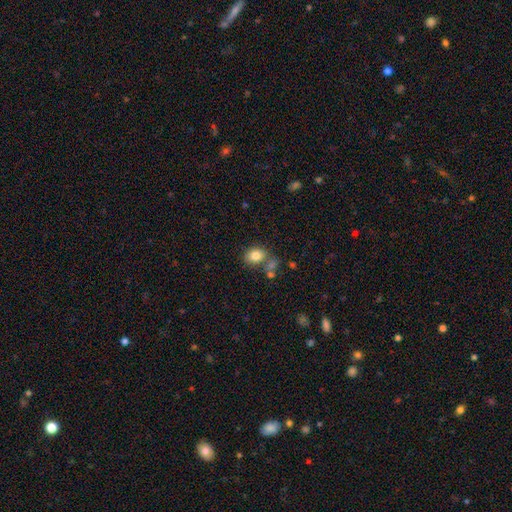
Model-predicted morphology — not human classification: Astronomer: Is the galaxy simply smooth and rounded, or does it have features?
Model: smooth — 82%.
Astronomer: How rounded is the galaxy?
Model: in between — 59% (runner-up: round, 40%).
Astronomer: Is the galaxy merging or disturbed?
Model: none — 62%.